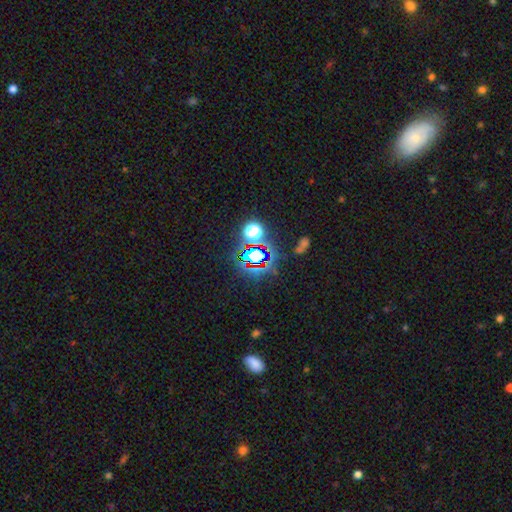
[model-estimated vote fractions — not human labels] Overall: star or artifact (71%).